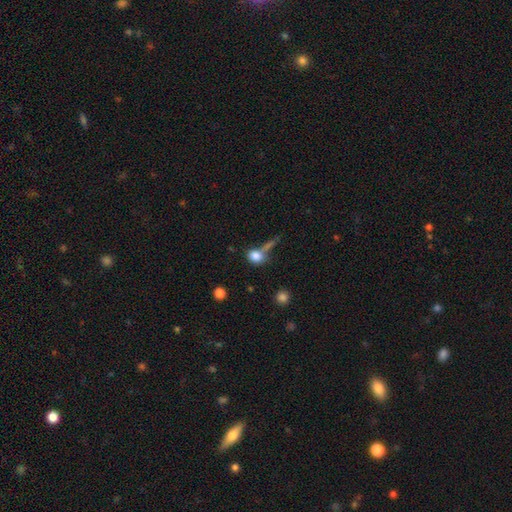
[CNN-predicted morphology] This is clearly a smooth galaxy (80%). How rounded: possibly round (50%). Merging: marginally none (44%).